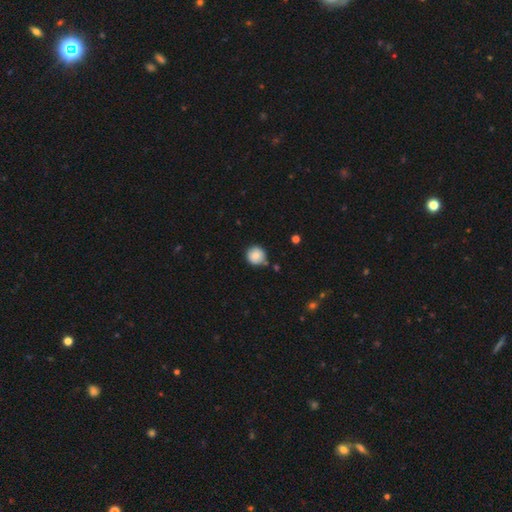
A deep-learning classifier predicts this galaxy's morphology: type=smooth (84%); roundness=round (94%); merging=none (77%).